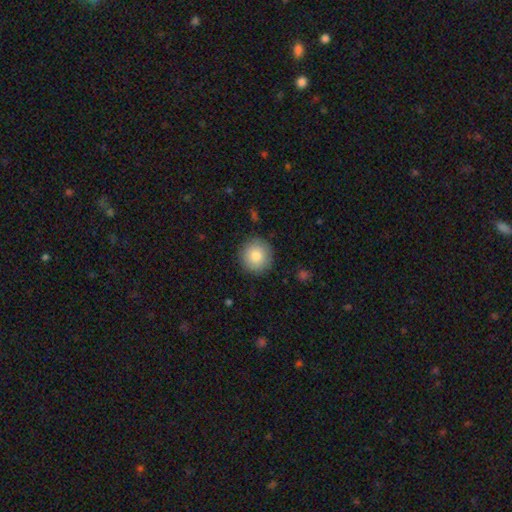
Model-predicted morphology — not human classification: This is clearly a smooth galaxy (85%). How rounded: clearly round (94%). Merging: clearly none (89%).